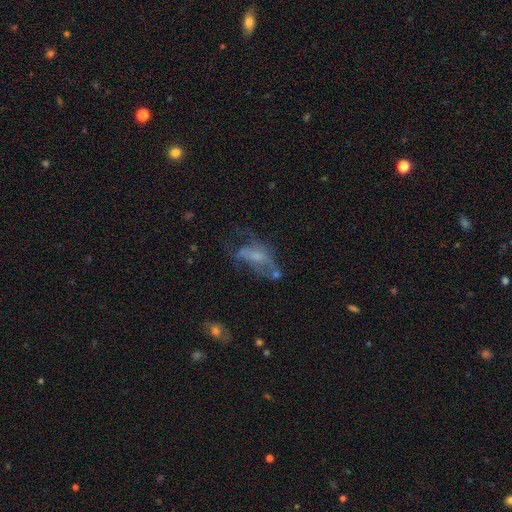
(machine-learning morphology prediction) This appears to be a featured or disk galaxy (49%). Merging: major disturbance (42%).